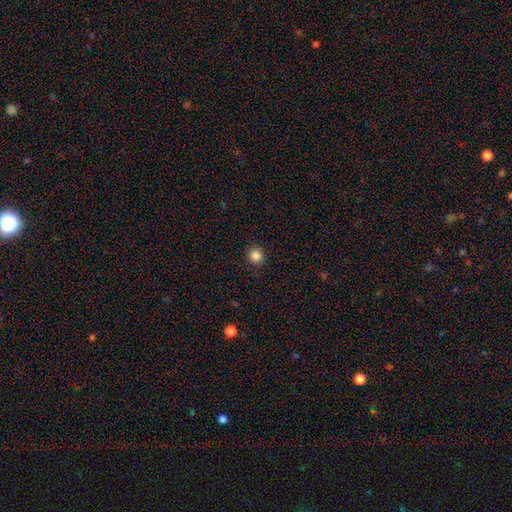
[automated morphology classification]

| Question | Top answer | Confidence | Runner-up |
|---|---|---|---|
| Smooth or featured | smooth | 86% | star or artifact (11%) |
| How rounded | round | 94% | in between (5%) |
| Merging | none | 92% | minor disturbance (5%) |